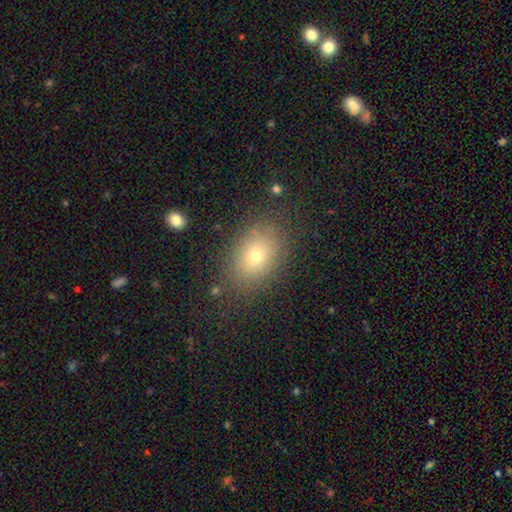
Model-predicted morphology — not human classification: type=smooth (71%); roundness=in between (74%); merging=none (82%).